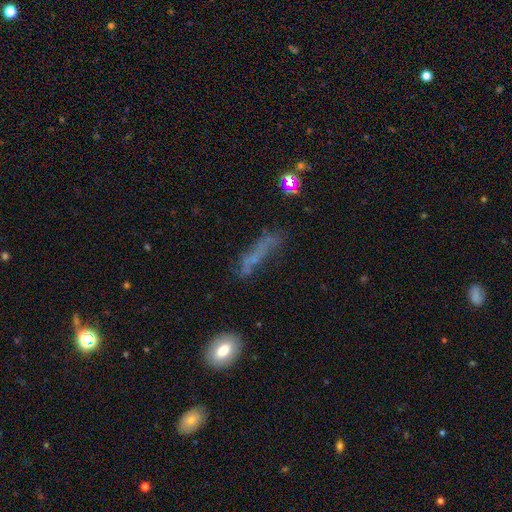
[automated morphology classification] This appears to be a smooth galaxy with no disk features (46%). Merging: none (50%).